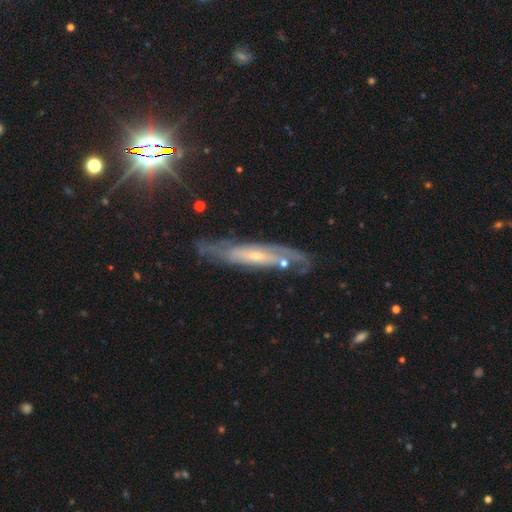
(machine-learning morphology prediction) smooth_or_featured: featured or disk (p=0.78) [alt: smooth p=0.13]
disk_edge_on: no (p=0.62) [alt: yes p=0.38]
merging: none (p=0.69) [alt: minor disturbance p=0.19]